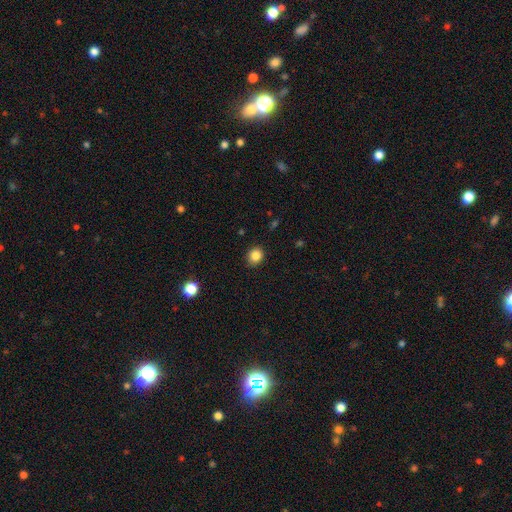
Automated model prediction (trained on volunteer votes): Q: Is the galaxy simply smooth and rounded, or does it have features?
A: smooth — 85%.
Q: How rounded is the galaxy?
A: round — 71%.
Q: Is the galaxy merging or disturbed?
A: none — 89%.